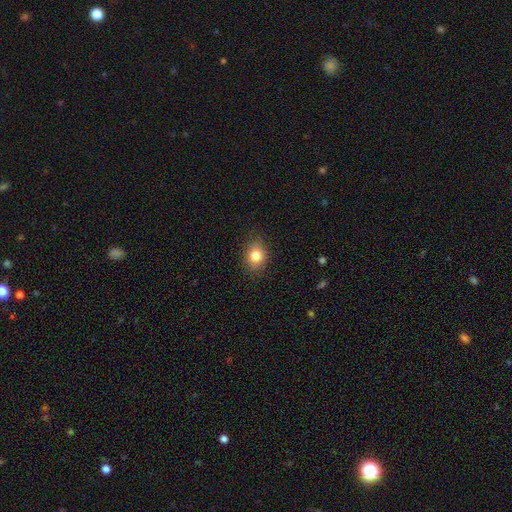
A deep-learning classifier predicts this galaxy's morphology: Smooth or featured: smooth — 82% (star or artifact — 10%)
How rounded: in between — 52% (round — 47%)
Merging: none — 85% (minor disturbance — 11%)